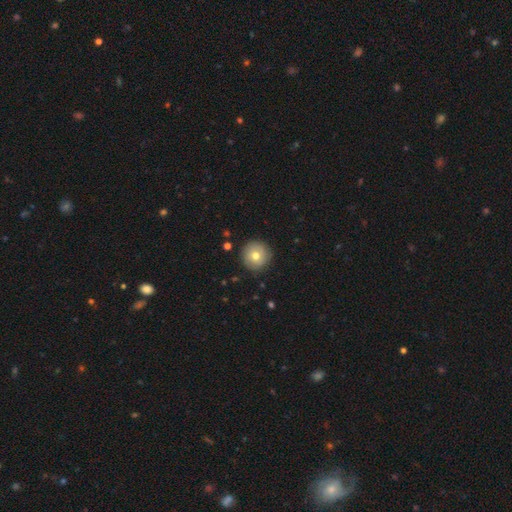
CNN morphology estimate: smooth_or_featured: smooth (p=0.72) [alt: featured or disk p=0.19]
how_rounded: round (p=0.96) [alt: in between p=0.03]
merging: none (p=0.90) [alt: minor disturbance p=0.07]